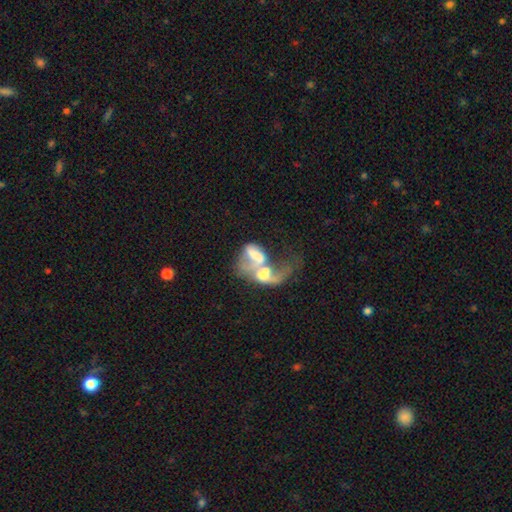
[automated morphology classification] The model was most divided on "spiral arms": no: 51%, yes: 49%. Remaining: edge-on disk — no (95%); merging — merger (72%); bar — no (62%); smooth or featured — featured or disk (57%); bulge size — moderate (29%).